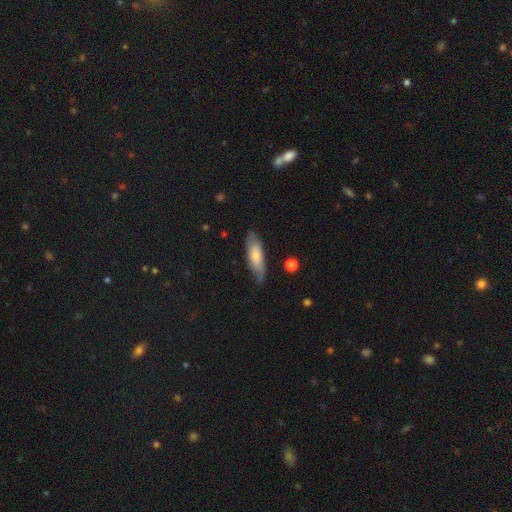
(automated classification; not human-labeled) A smooth galaxy with no disk features (66%) that is in between round and cigar-shaped (49%, tied with cigar-shaped).

Vote fractions:
- Smooth or featured? smooth: 66% / featured or disk: 28% / star or artifact: 6%
- How rounded? in between: 49% (tied) / cigar-shaped: 49% (tied) / round: 2%
- Merging? none: 73% / minor disturbance: 22% / major disturbance: 4% / merger: 2%